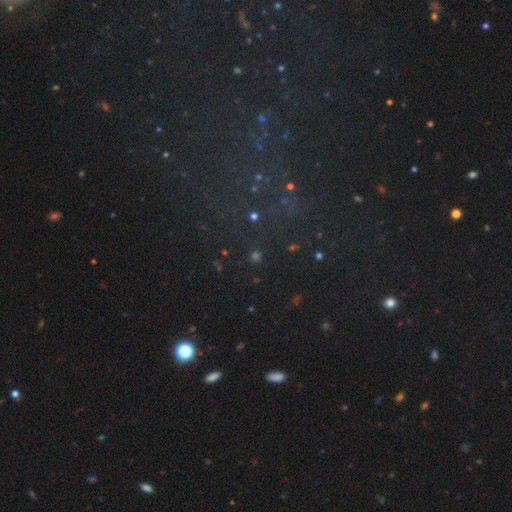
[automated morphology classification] Smooth or featured?
  - star or artifact: 63% *
  - smooth: 29%
  - featured or disk: 8%